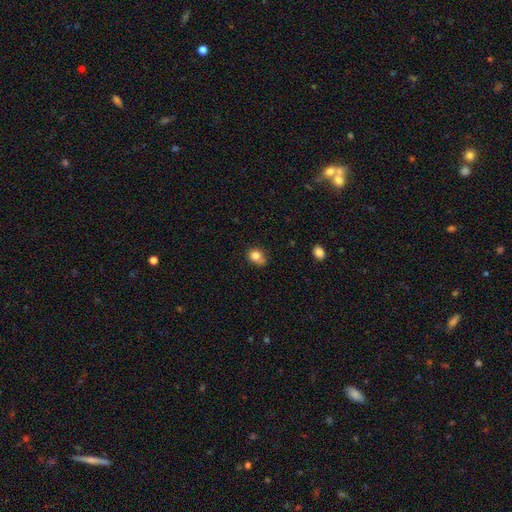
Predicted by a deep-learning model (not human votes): The model was most divided on "merging": none: 52%, minor disturbance: 33%, major disturbance: 9%, merger: 6%. More confident: smooth or featured — smooth (81%); how rounded — round (60%).